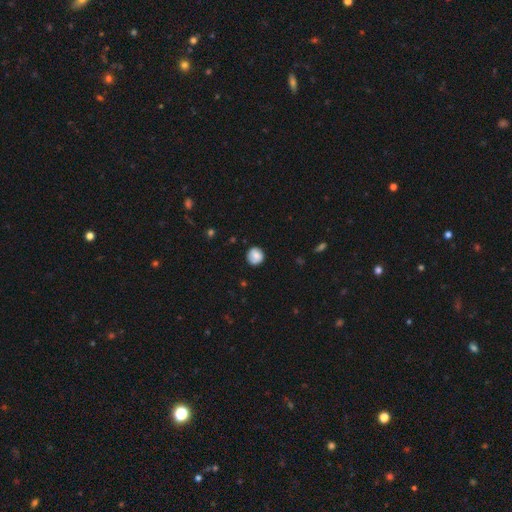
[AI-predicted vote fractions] Q: Smooth or featured?
A: smooth (81%); runner-up: featured or disk (11%)
Q: How rounded?
A: round (90%); runner-up: in between (9%)
Q: Merging?
A: none (80%); runner-up: minor disturbance (16%)